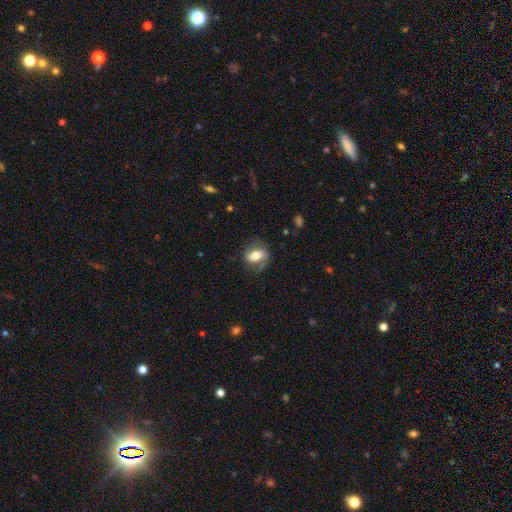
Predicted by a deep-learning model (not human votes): A smooth galaxy with no disk features (47%).

Vote fractions:
- Smooth or featured? smooth: 47% / featured or disk: 45% / star or artifact: 8%
- Merging? none: 62% / minor disturbance: 22% / major disturbance: 14% / merger: 2%